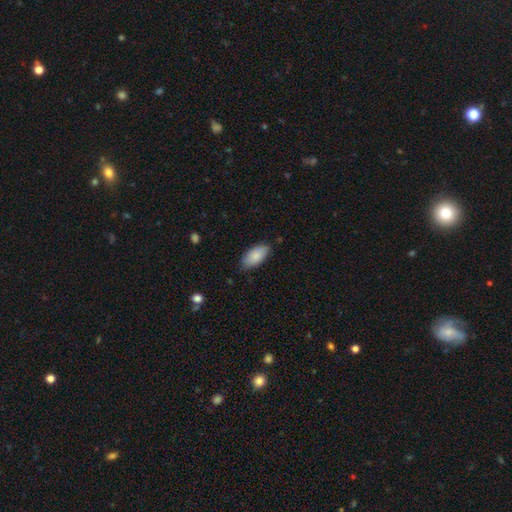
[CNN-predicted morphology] Smooth or featured? smooth (86%)
How rounded? in between (92%)
Merging? none (80%)